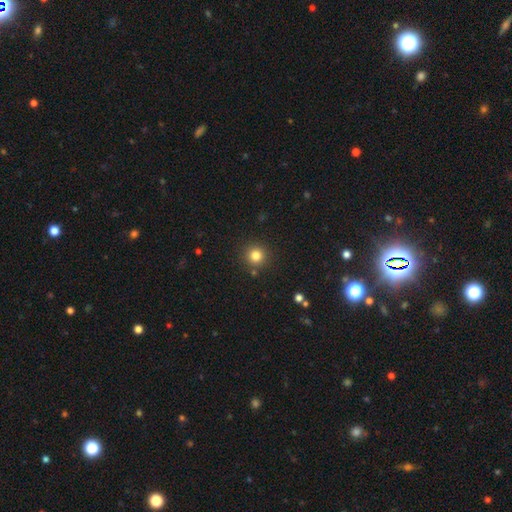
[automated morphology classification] Smooth or featured?
  - smooth: 82% *
  - star or artifact: 13%
  - featured or disk: 6%
How rounded?
  - round: 95% *
  - in between: 4%
  - cigar-shaped: 1%
Merging?
  - none: 89% *
  - minor disturbance: 6%
  - merger: 3%
  - major disturbance: 2%